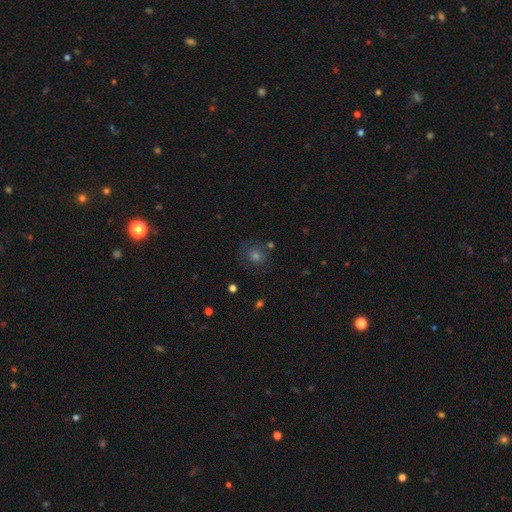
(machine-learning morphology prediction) Q: Smooth or featured?
A: smooth (53%); runner-up: star or artifact (26%)
Q: How rounded?
A: round (82%); runner-up: in between (17%)
Q: Merging?
A: none (73%); runner-up: minor disturbance (15%)